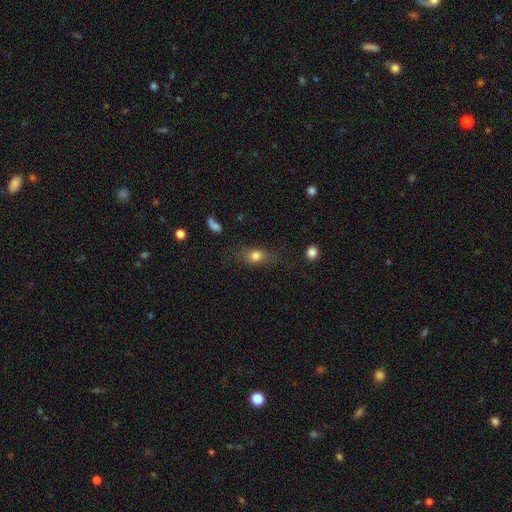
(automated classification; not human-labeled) A smooth galaxy with no disk features (74%) that is in between round and cigar-shaped (66%).

Vote fractions:
- Smooth or featured? smooth: 74% / featured or disk: 15% / star or artifact: 10%
- How rounded? in between: 66% / round: 23% / cigar-shaped: 10%
- Merging? none: 69% / minor disturbance: 19% / major disturbance: 9% / merger: 2%